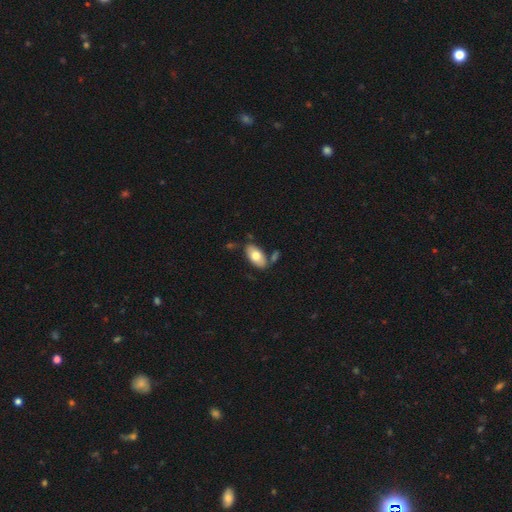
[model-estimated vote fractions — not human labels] A smooth galaxy with no disk features (72%) that is in between round and cigar-shaped (93%).

Vote fractions:
- Smooth or featured? smooth: 72% / featured or disk: 22% / star or artifact: 6%
- How rounded? in between: 93% / cigar-shaped: 4% / round: 3%
- Merging? none: 74% / minor disturbance: 14% / merger: 9% / major disturbance: 3%